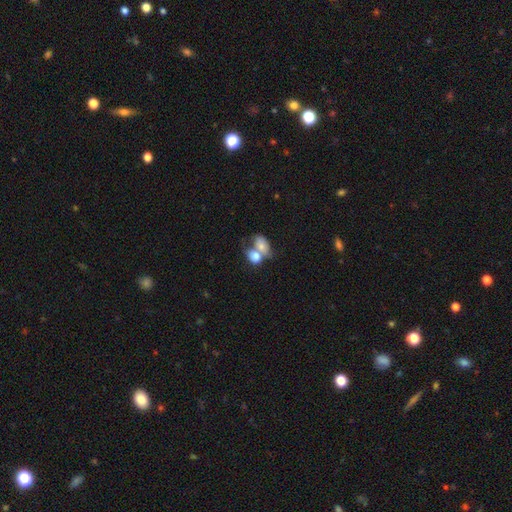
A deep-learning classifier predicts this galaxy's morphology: Smooth or featured?
  - smooth: 76% *
  - featured or disk: 17%
  - star or artifact: 8%
How rounded?
  - in between: 72% *
  - round: 25%
  - cigar-shaped: 2%
Merging?
  - merger: 69% *
  - none: 19%
  - minor disturbance: 7%
  - major disturbance: 5%